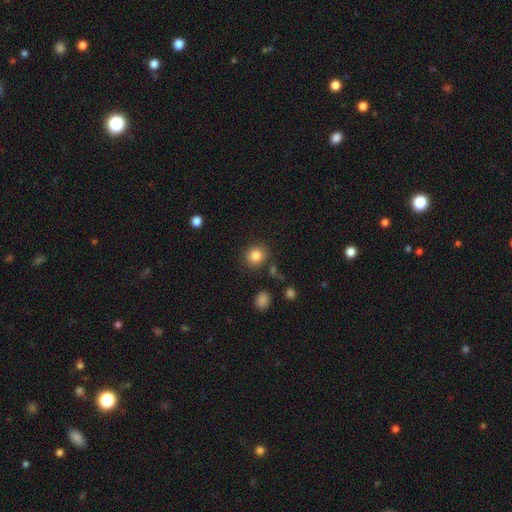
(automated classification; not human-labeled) Smooth or featured: smooth — 84% (star or artifact — 10%)
How rounded: round — 83% (in between — 16%)
Merging: none — 85% (minor disturbance — 9%)